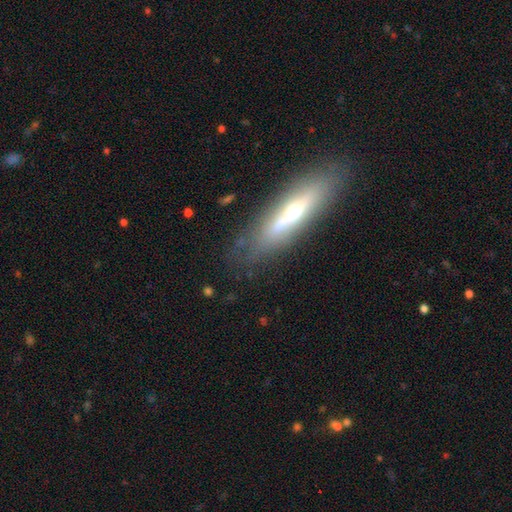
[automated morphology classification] Smooth or featured: featured or disk — 47% (smooth — 43%)
Merging: none — 84% (minor disturbance — 11%)